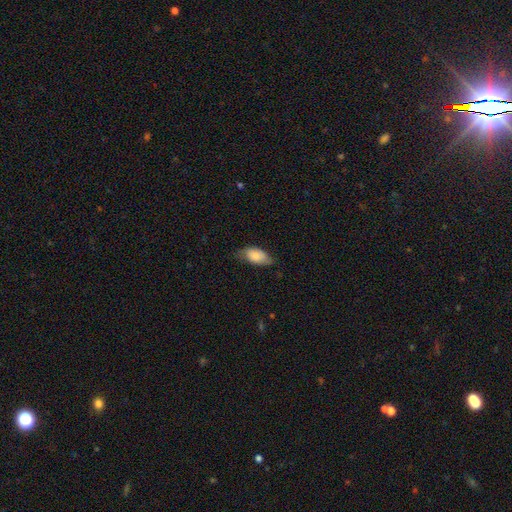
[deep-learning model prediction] A smooth galaxy with no disk features (80%) that is in between round and cigar-shaped (91%). Merging: none (65%).